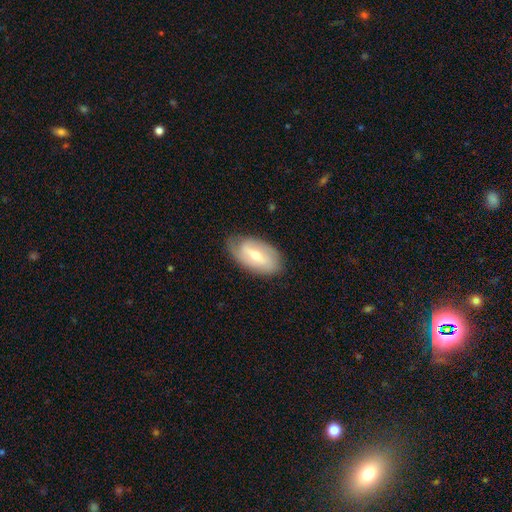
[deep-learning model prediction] A featured or disk galaxy (62%) with a weak bar (48%), spiral arms (80%) and a moderate central bulge (53%).

Vote fractions:
- Smooth or featured? featured or disk: 62% / smooth: 32% / star or artifact: 6%
- Edge-on disk? no: 92% / yes: 8%
- Bar? weak: 48% / strong: 31% / no: 21%
- Spiral arms? yes: 80% / no: 20%
- Bulge size? moderate: 53% / small: 42% / large: 3% / none: 2% / dominant: 1%
- Merging? none: 73% / minor disturbance: 20% / major disturbance: 6% / merger: 1%